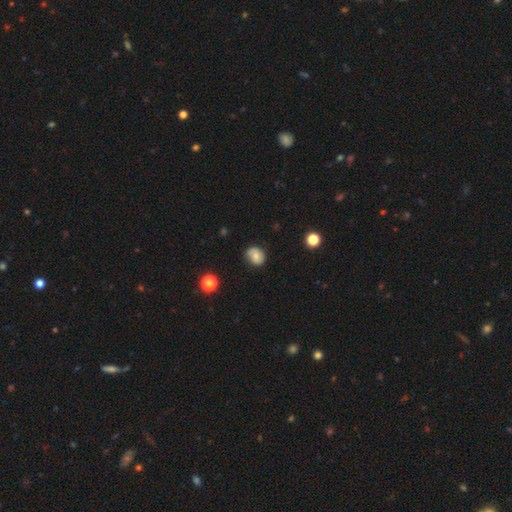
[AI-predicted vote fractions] A smooth galaxy with no disk features (66%) that is round (59%).

Vote fractions:
- Smooth or featured? smooth: 66% / featured or disk: 25% / star or artifact: 10%
- How rounded? round: 59% / in between: 40% / cigar-shaped: 1%
- Merging? none: 69% / minor disturbance: 23% / major disturbance: 5% / merger: 2%